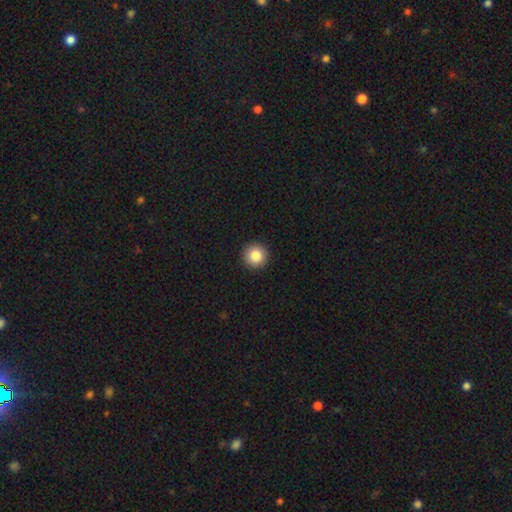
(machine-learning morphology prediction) Overall: smooth (85%). How rounded: round (95%). Merging: none (93%).